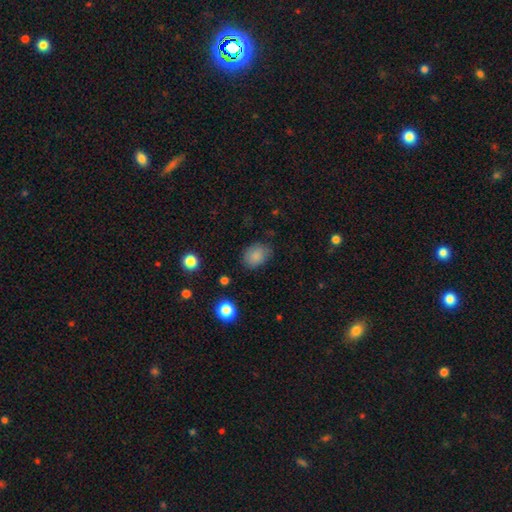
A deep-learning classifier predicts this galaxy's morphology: smooth_or_featured: smooth (p=0.85) [alt: star or artifact p=0.09]
how_rounded: in between (p=0.68) [alt: round p=0.31]
merging: none (p=0.78) [alt: minor disturbance p=0.17]